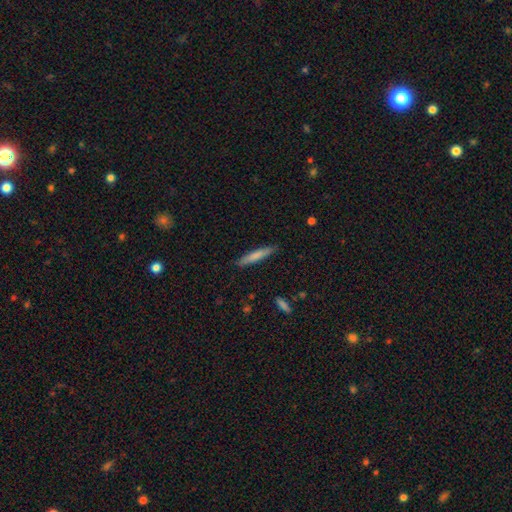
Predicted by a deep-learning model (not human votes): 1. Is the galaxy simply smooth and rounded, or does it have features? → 74% smooth, 20% featured or disk, 6% star or artifact.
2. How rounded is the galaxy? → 93% cigar-shaped, 6% in between, 1% round.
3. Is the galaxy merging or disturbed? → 88% none, 9% minor disturbance, 2% major disturbance, 1% merger.